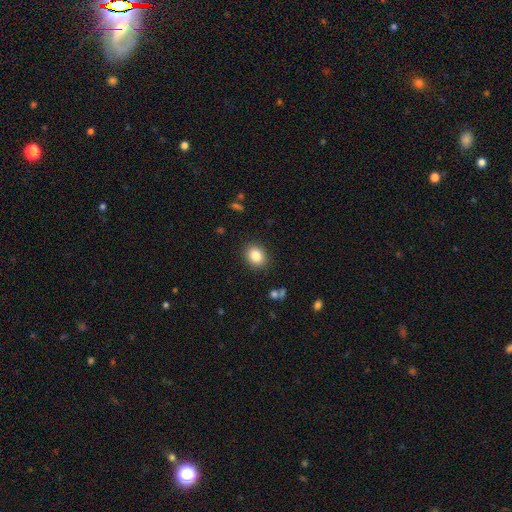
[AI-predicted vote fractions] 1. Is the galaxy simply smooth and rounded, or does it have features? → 84% smooth, 9% star or artifact, 7% featured or disk.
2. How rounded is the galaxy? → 53% round, 46% in between, 1% cigar-shaped.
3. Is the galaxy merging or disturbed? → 89% none, 8% minor disturbance, 2% major disturbance, 1% merger.